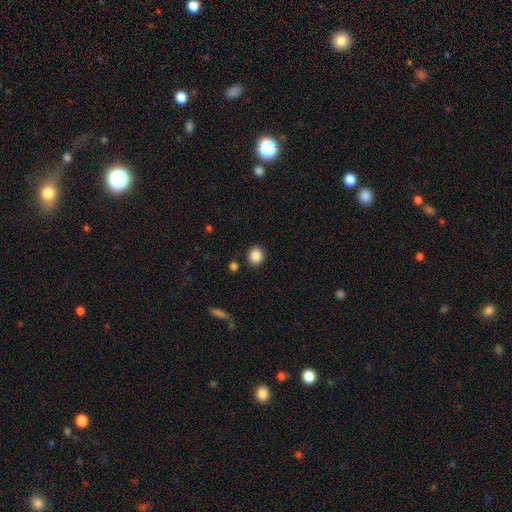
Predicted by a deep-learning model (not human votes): Q: Smooth or featured?
A: smooth (88%); runner-up: star or artifact (9%)
Q: How rounded?
A: round (77%); runner-up: in between (22%)
Q: Merging?
A: none (87%); runner-up: minor disturbance (8%)